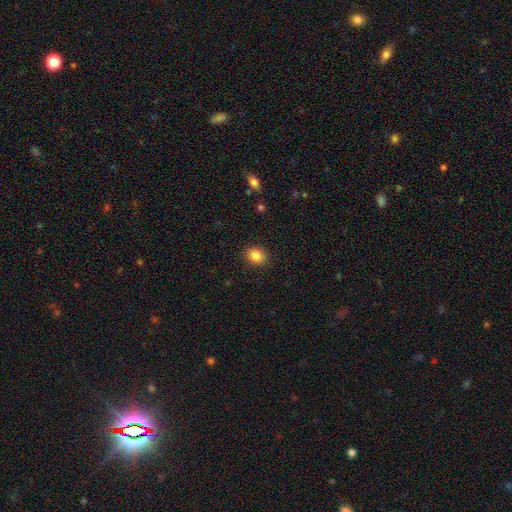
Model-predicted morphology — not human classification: smooth_or_featured: smooth (p=0.85) [alt: star or artifact p=0.10]
how_rounded: round (p=0.57) [alt: in between p=0.42]
merging: none (p=0.90) [alt: minor disturbance p=0.07]